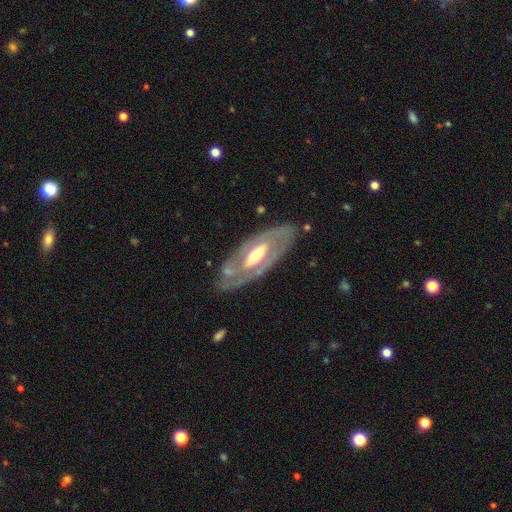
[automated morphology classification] Smooth or featured? featured or disk (75%)
Edge-on disk? no (84%)
Bar? no (41%)
Spiral arms? no (55%)
Bulge size? moderate (63%)
Merging? none (77%)